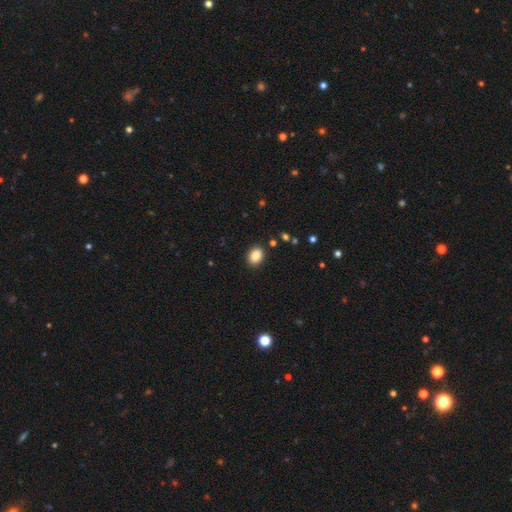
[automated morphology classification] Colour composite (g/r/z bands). It shows a smooth galaxy with no disk features (87%) that is in between round and cigar-shaped (65%). Merging: none (89%).